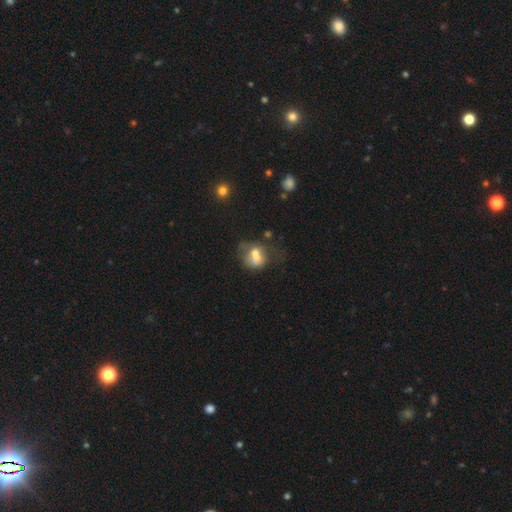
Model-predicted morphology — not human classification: Smooth or featured? smooth (55%)
How rounded? in between (50%)
Merging? merger (47%)